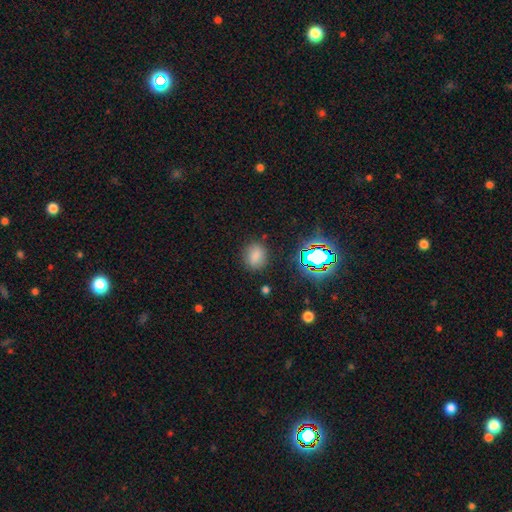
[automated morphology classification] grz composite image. It shows a smooth galaxy with no disk features (75%) that is round (55%). Merging: none (83%).